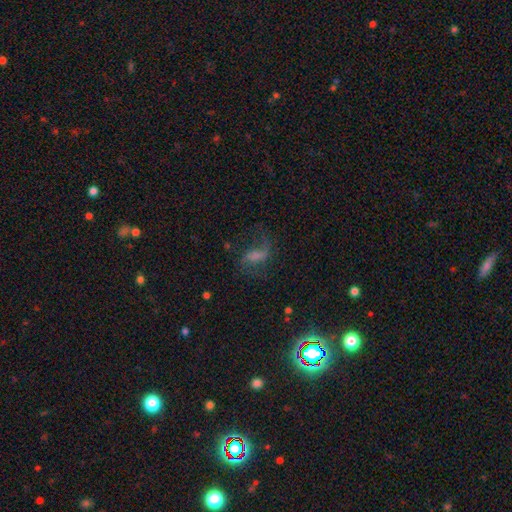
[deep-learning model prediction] Smooth or featured: featured or disk — 51% (star or artifact — 25%)
Edge-on disk: no — 92% (yes — 8%)
Merging: none — 59% (major disturbance — 21%)